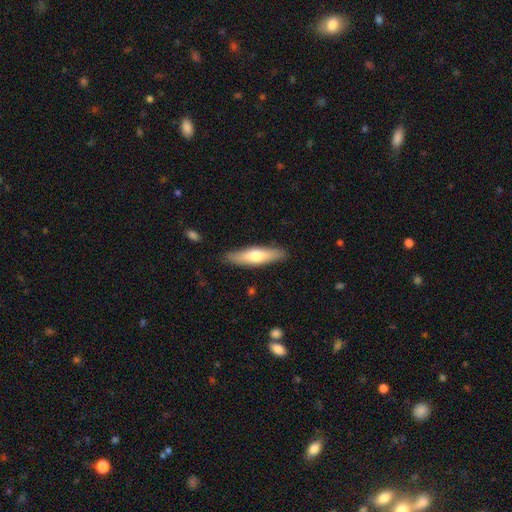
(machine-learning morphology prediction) Smooth or featured?
  - smooth: 60% *
  - featured or disk: 34%
  - star or artifact: 5%
How rounded?
  - cigar-shaped: 72% *
  - in between: 26%
  - round: 2%
Merging?
  - none: 87% *
  - minor disturbance: 10%
  - major disturbance: 2%
  - merger: 1%